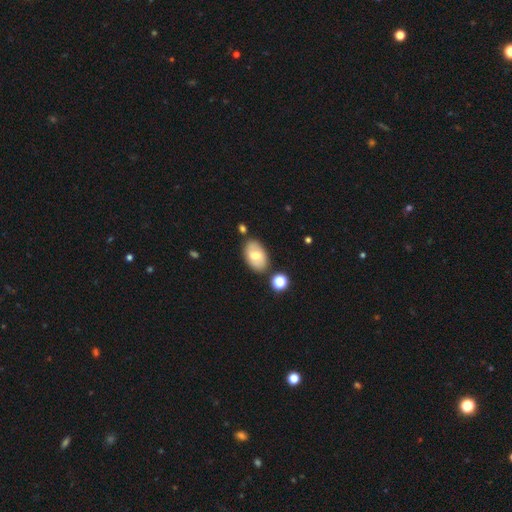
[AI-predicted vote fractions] Smooth or featured? Predicted: smooth (p=0.61). How rounded? Predicted: in between (p=0.90). Merging? Predicted: none (p=0.79).